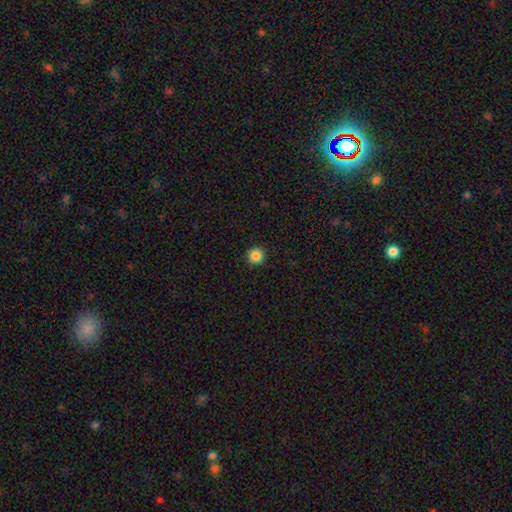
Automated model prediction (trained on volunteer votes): A smooth galaxy with no disk features (85%) that is round (95%).

Vote fractions:
- Smooth or featured? smooth: 85% / star or artifact: 11% / featured or disk: 4%
- How rounded? round: 95% / in between: 4% / cigar-shaped: 1%
- Merging? none: 93% / minor disturbance: 5% / major disturbance: 2% / merger: 1%